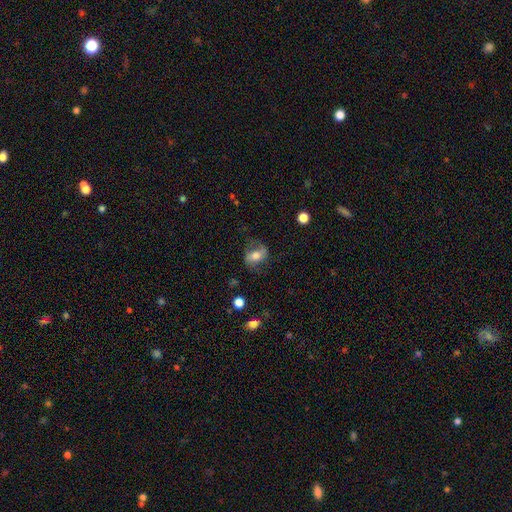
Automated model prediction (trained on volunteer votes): Smooth or featured? Predicted: smooth (p=0.49). Merging? Predicted: none (p=0.63).